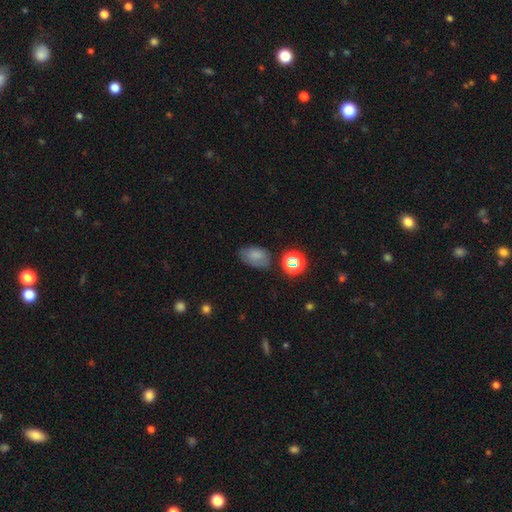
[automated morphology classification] Q: Smooth or featured?
A: smooth (75%); runner-up: star or artifact (14%)
Q: How rounded?
A: in between (86%); runner-up: round (13%)
Q: Merging?
A: none (64%); runner-up: minor disturbance (24%)